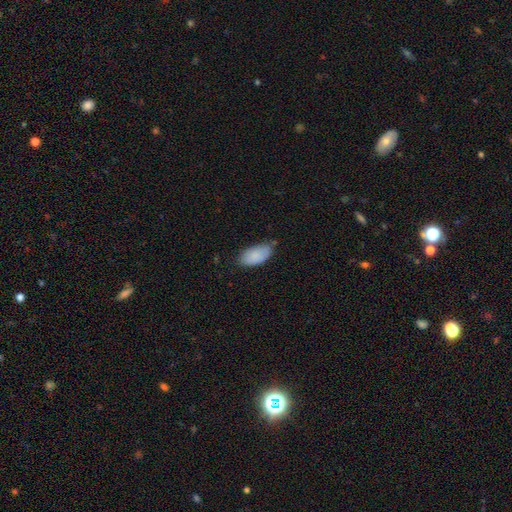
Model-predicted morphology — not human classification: Smooth or featured: smooth — 87% (featured or disk — 7%)
How rounded: in between — 95% (cigar-shaped — 3%)
Merging: none — 66% (minor disturbance — 27%)